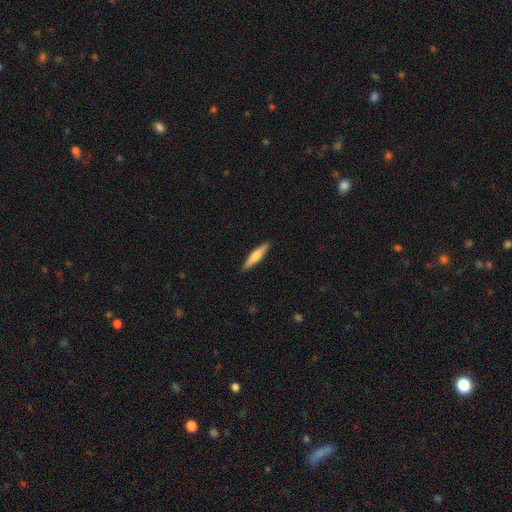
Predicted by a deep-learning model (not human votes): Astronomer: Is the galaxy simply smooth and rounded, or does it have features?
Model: smooth — 60%.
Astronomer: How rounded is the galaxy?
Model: cigar-shaped — 85%.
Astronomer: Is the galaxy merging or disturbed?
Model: none — 90%.